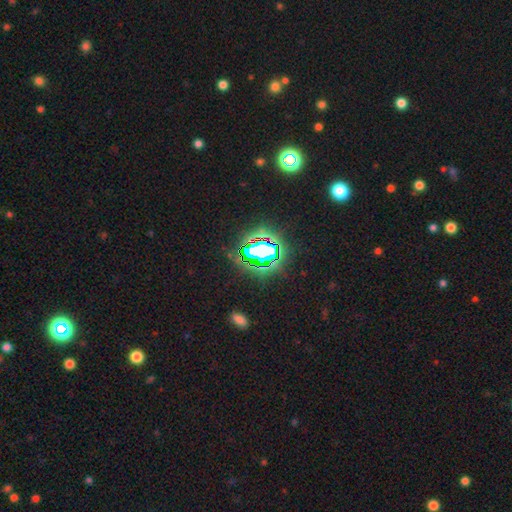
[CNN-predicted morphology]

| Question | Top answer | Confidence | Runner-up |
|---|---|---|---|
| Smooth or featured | star or artifact | 82% | smooth (11%) |